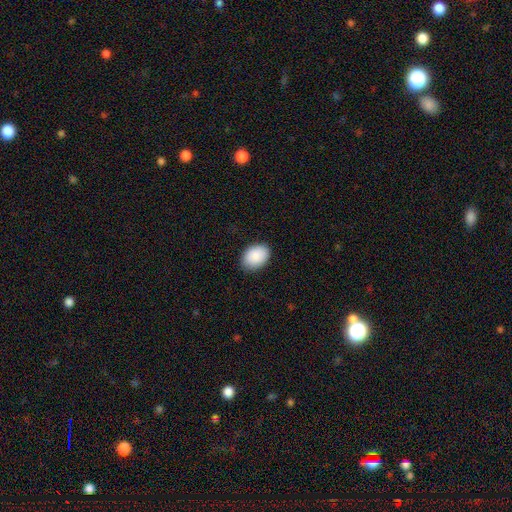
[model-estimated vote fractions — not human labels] Smooth or featured: smooth — 90% (star or artifact — 6%)
How rounded: in between — 83% (round — 16%)
Merging: none — 87% (minor disturbance — 10%)